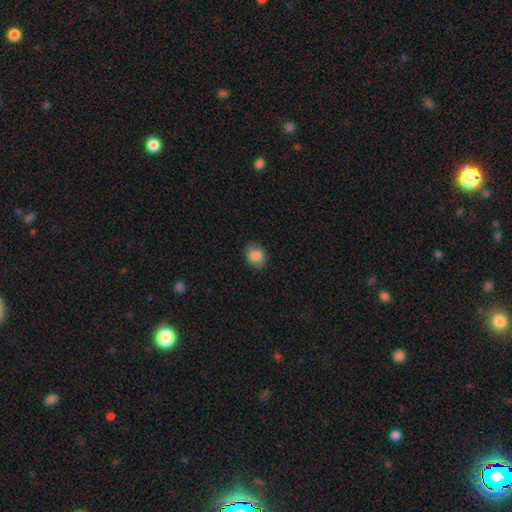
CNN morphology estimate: smooth 86%, star or artifact 9%, featured or disk 5%. Down the decision tree: how rounded — round (64%); merging — none (85%).